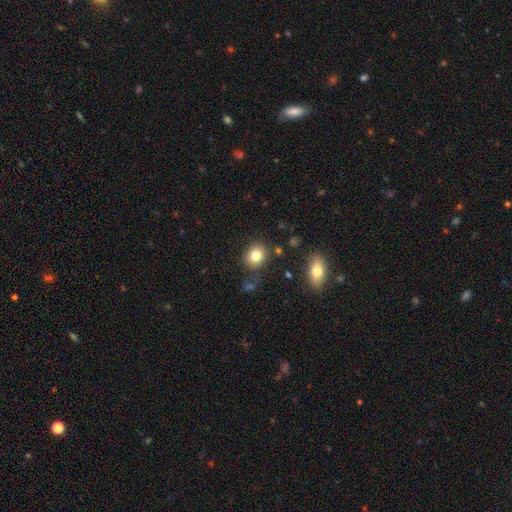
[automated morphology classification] A smooth galaxy with no disk features (82%) that is round (67%).

Vote fractions:
- Smooth or featured? smooth: 82% / star or artifact: 10% / featured or disk: 8%
- How rounded? round: 67% / in between: 32% / cigar-shaped: 1%
- Merging? none: 80% / minor disturbance: 12% / merger: 4% / major disturbance: 4%